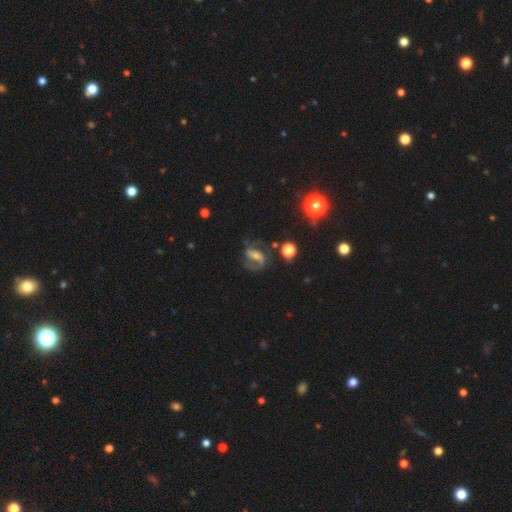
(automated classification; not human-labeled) smooth-or-featured: featured or disk: 76% | smooth: 15% | star or artifact: 9%
  disk-edge-on: no: 96% | yes: 4%
    bar: strong: 39% | weak: 37% | no: 23%
    has-spiral-arms: yes: 91% | no: 9%
      spiral-winding: medium: 53% | loose: 28% | tight: 19%
      spiral-arm-count: 2: 83% | 1: 8% | can't tell: 5% | 3: 2% | 4: 1% | more than 4: 1%
    bulge-size: small: 46% | moderate: 34% | none: 10% | large: 8% | dominant: 2%
  merging: none: 61% | minor disturbance: 18% | major disturbance: 18% | merger: 4%